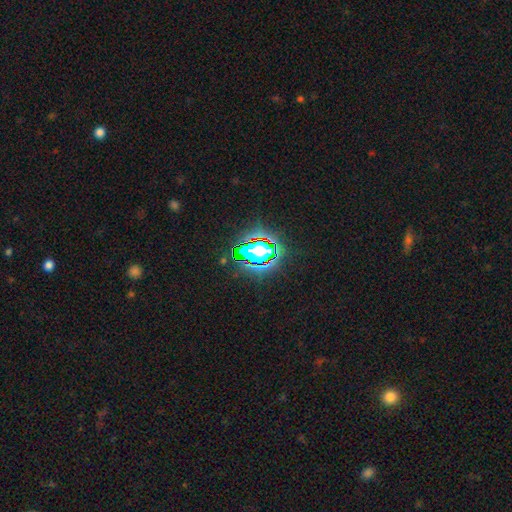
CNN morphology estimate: type=star or artifact (80%).